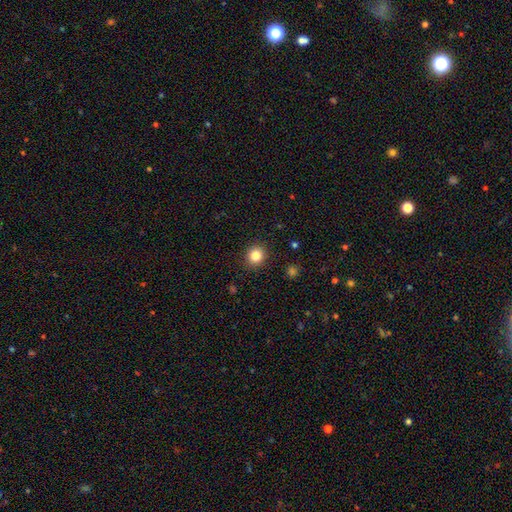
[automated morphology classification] Smooth or featured: smooth — 84% (star or artifact — 11%)
How rounded: round — 86% (in between — 13%)
Merging: none — 91% (minor disturbance — 6%)